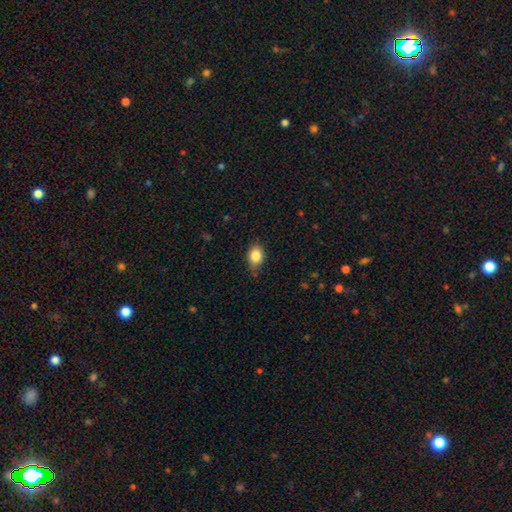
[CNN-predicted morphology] smooth-or-featured: smooth: 85% | star or artifact: 9% | featured or disk: 6%
  how-rounded: in between: 75% | round: 24% | cigar-shaped: 1%
  merging: none: 77% | minor disturbance: 19% | major disturbance: 3% | merger: 1%